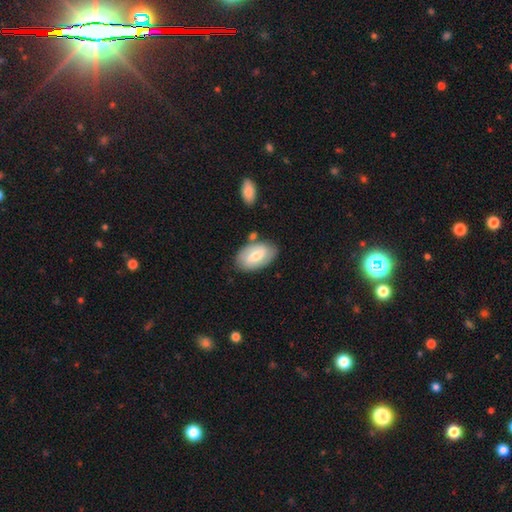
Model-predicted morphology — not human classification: This appears to be a smooth galaxy with no disk features (50%). Merging: none (77%).